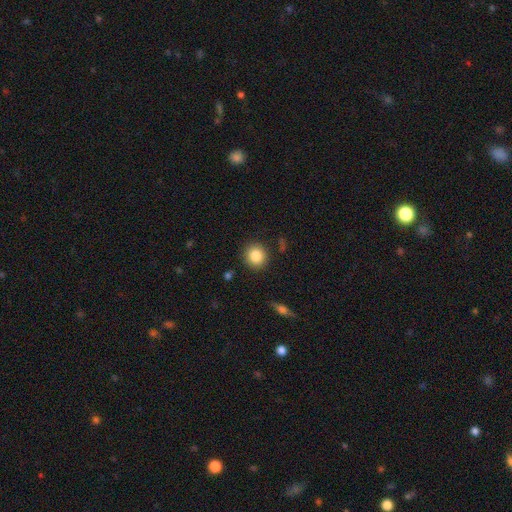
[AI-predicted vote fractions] smooth_or_featured: smooth (p=0.85) [alt: star or artifact p=0.09]
how_rounded: round (p=0.88) [alt: in between p=0.11]
merging: none (p=0.88) [alt: minor disturbance p=0.08]